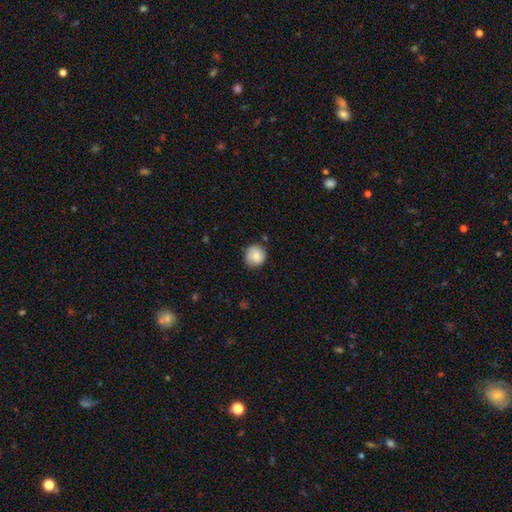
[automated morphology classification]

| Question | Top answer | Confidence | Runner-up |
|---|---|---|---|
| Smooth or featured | smooth | 83% | featured or disk (9%) |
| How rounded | round | 92% | in between (7%) |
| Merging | none | 77% | minor disturbance (18%) |